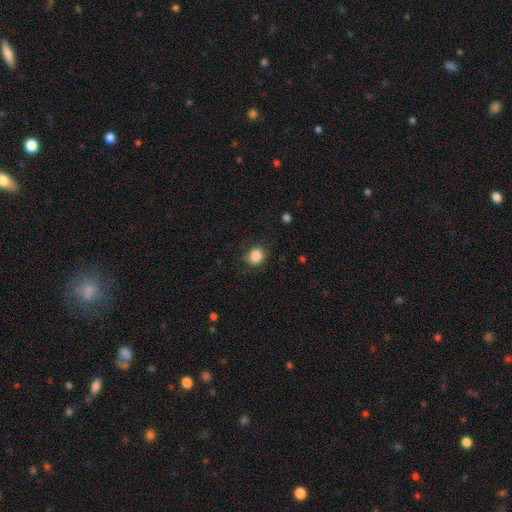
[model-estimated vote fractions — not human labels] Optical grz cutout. It shows a smooth galaxy with no disk features (87%) that is round (70%). Merging: none (83%).